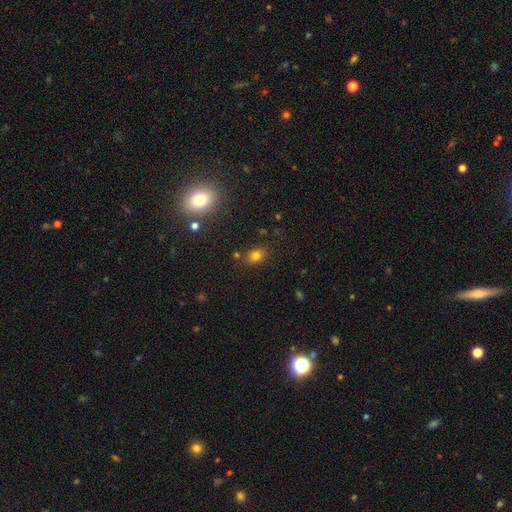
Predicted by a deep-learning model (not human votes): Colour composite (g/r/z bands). It shows a smooth galaxy with no disk features (74%) that is in between round and cigar-shaped (58%). Merging: none (78%).